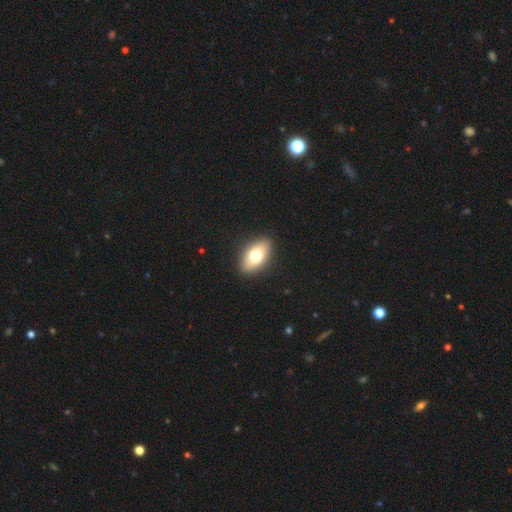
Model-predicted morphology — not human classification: Smooth or featured?
  - smooth: 71% *
  - featured or disk: 22%
  - star or artifact: 7%
How rounded?
  - in between: 90% *
  - round: 6%
  - cigar-shaped: 3%
Merging?
  - none: 89% *
  - minor disturbance: 8%
  - major disturbance: 2%
  - merger: 1%